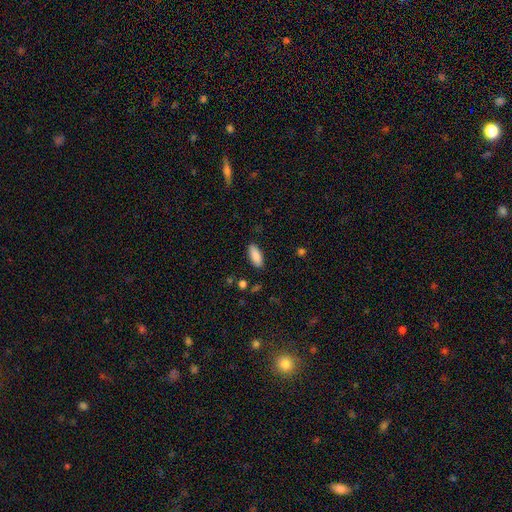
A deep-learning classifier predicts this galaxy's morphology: This appears to be a smooth galaxy with no disk features (88%) that is in between round and cigar-shaped (80%). Merging: none (87%).